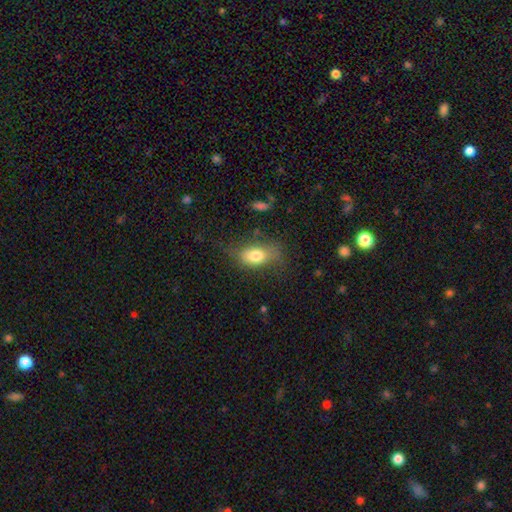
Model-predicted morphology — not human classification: smooth_or_featured: smooth (p=0.75) [alt: featured or disk p=0.16]
how_rounded: in between (p=0.86) [alt: round p=0.10]
merging: none (p=0.54) [alt: minor disturbance p=0.28]